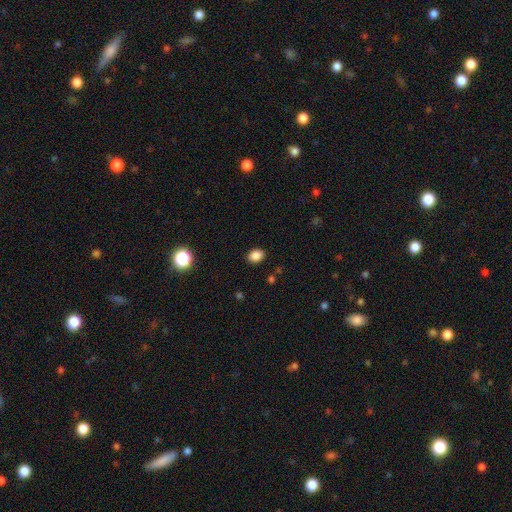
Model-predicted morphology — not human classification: Smooth or featured? Predicted: smooth (p=0.86). How rounded? Predicted: in between (p=0.66). Merging? Predicted: none (p=0.88).